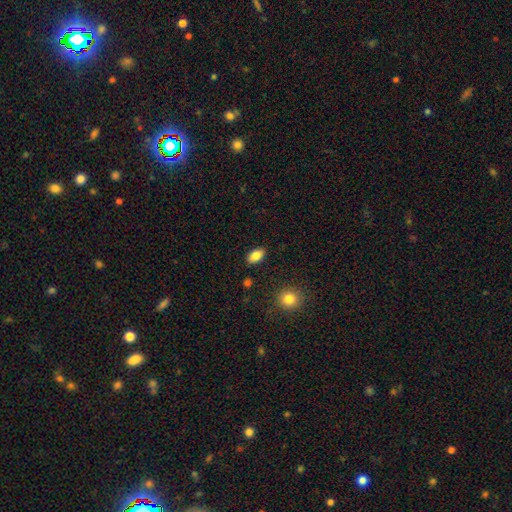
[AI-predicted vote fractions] Q: Smooth or featured?
A: smooth (84%); runner-up: featured or disk (8%)
Q: How rounded?
A: in between (91%); runner-up: round (5%)
Q: Merging?
A: none (88%); runner-up: minor disturbance (9%)